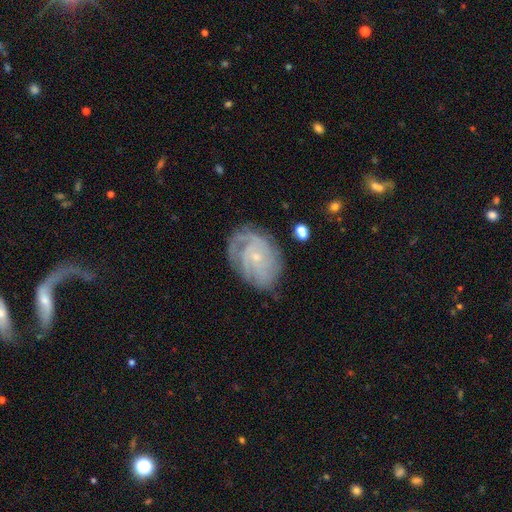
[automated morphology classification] smooth_or_featured: featured or disk (p=0.82) [alt: smooth p=0.11]
disk_edge_on: no (p=0.97) [alt: yes p=0.03]
bar: no (p=0.72) [alt: weak p=0.24]
has_spiral_arms: yes (p=0.95) [alt: no p=0.05]
spiral_winding: tight (p=0.67) [alt: medium p=0.26]
spiral_arm_count: can't tell (p=0.34) [alt: 3 p=0.21]
bulge_size: small (p=0.80) [alt: moderate p=0.15]
merging: none (p=0.70) [alt: minor disturbance p=0.20]